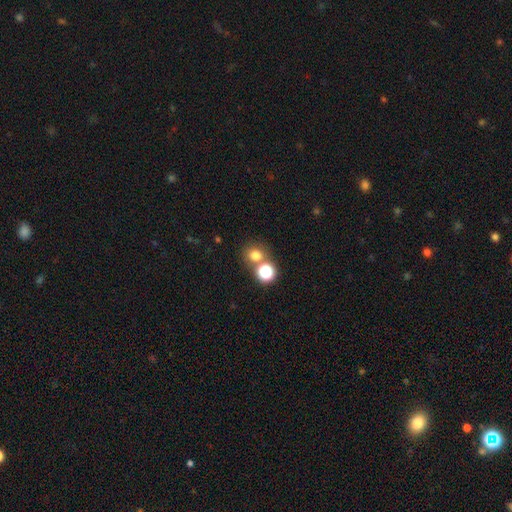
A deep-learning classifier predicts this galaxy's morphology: The model was most divided on "merging": none: 58%, merger: 31%, minor disturbance: 8%, major disturbance: 3%. More confident: how rounded — round (82%); smooth or featured — smooth (74%).